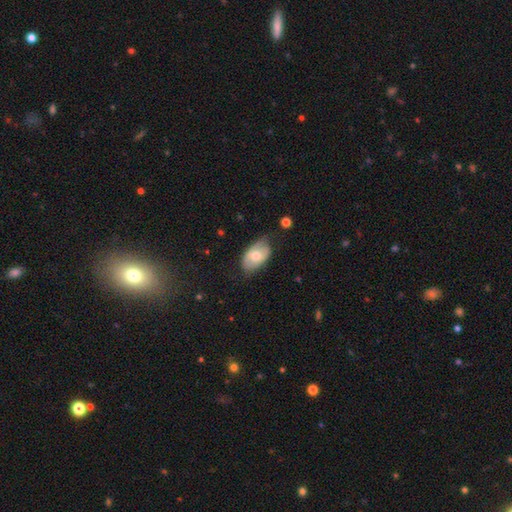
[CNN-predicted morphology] smooth_or_featured: smooth (p=0.57) [alt: featured or disk p=0.37]
how_rounded: in between (p=0.92) [alt: round p=0.07]
merging: none (p=0.58) [alt: minor disturbance p=0.32]